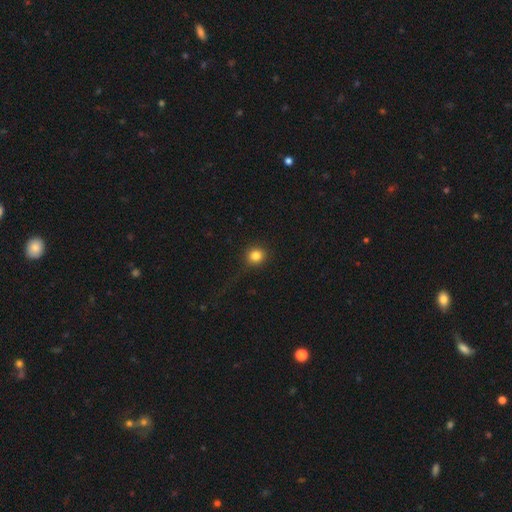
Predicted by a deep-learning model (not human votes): Q: Smooth or featured?
A: smooth (83%); runner-up: star or artifact (12%)
Q: How rounded?
A: round (91%); runner-up: in between (8%)
Q: Merging?
A: none (85%); runner-up: minor disturbance (9%)